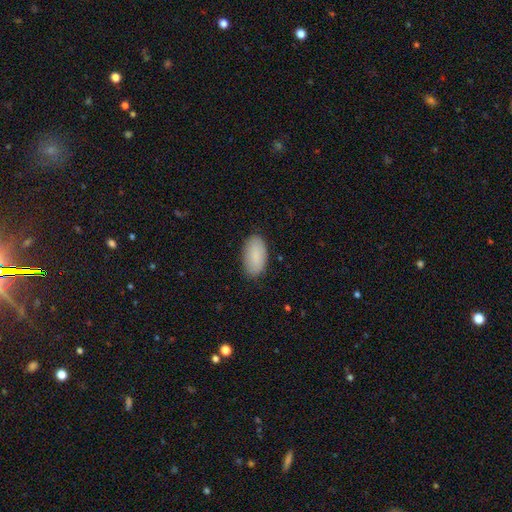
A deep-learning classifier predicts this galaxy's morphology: This is clearly a smooth galaxy (88%). How rounded: clearly in between (95%). Merging: clearly none (85%).